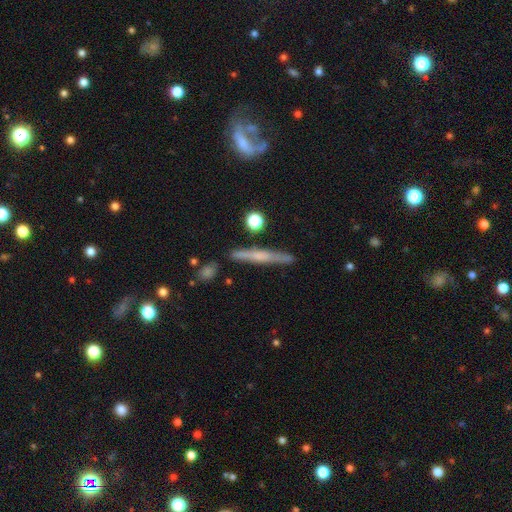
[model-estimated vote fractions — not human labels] Smooth or featured: featured or disk — 61% (smooth — 31%)
Edge-on disk: yes — 95% (no — 5%)
Edge-on bulge: rounded — 50% (none — 37%)
Merging: none — 84% (minor disturbance — 10%)